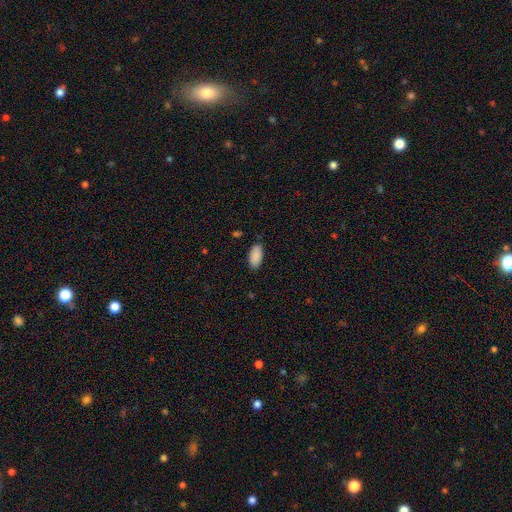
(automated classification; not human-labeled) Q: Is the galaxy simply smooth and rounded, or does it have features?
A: smooth — 90%.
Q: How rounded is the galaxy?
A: in between — 93%.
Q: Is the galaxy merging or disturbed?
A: none — 86%.